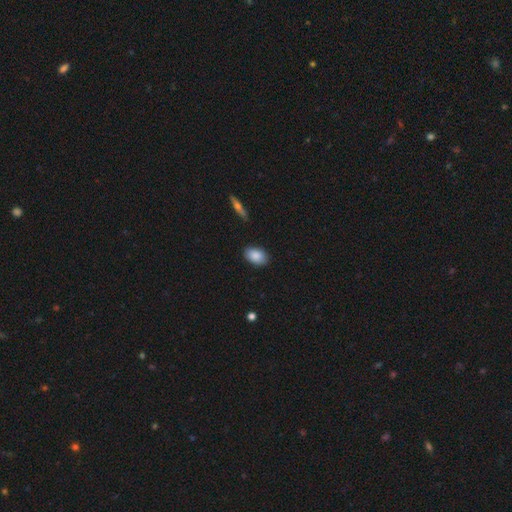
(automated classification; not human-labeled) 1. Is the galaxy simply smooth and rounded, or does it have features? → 87% smooth, 7% star or artifact, 6% featured or disk.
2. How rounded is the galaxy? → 90% in between, 8% round, 2% cigar-shaped.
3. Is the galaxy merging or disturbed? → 86% none, 10% minor disturbance, 2% major disturbance, 1% merger.